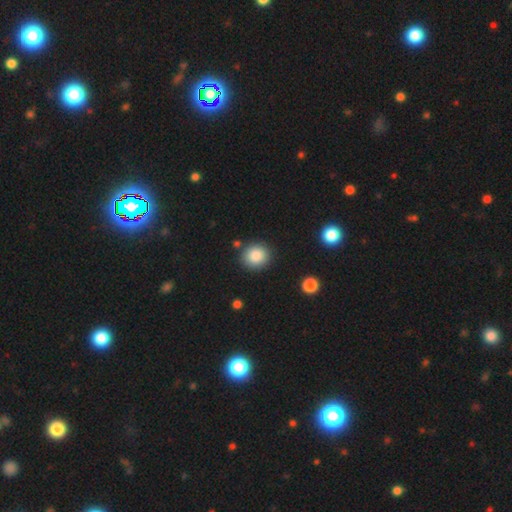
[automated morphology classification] This appears to be a smooth galaxy with no disk features (86%) that is round (87%). Merging: none (87%).